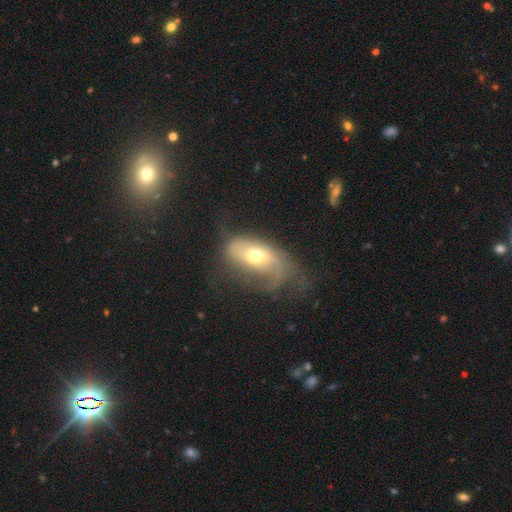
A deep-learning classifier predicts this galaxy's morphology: This appears to be a featured or disk galaxy (52%). Merging: major disturbance (38%).